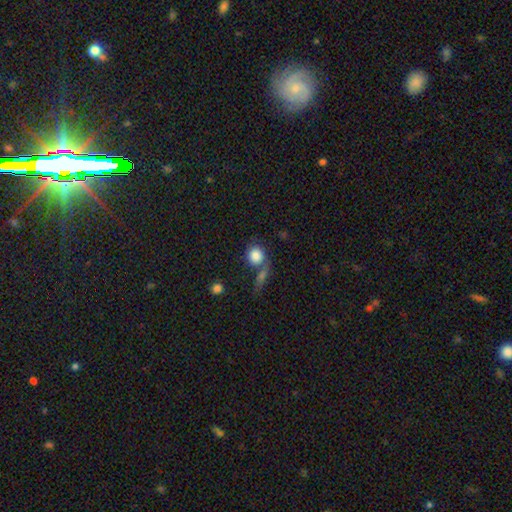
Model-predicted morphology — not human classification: This appears to be a smooth galaxy with no disk features (83%) that is round (78%). Merging: none (43%).